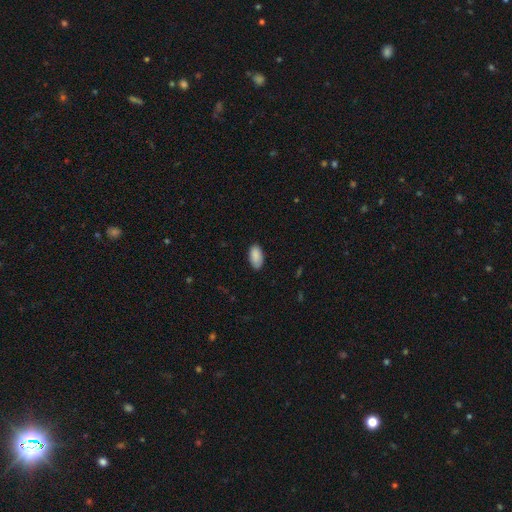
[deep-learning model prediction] smooth-or-featured: smooth: 89% | star or artifact: 6% | featured or disk: 4%
  how-rounded: in between: 95% | cigar-shaped: 3% | round: 2%
  merging: none: 83% | minor disturbance: 14% | major disturbance: 2% | merger: 1%